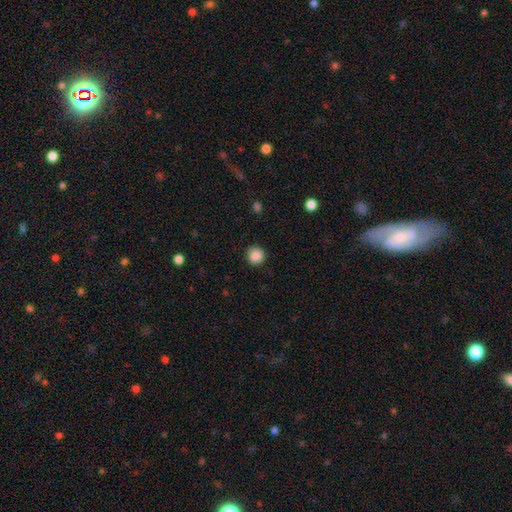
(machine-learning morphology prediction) Smooth or featured: smooth — 87% (star or artifact — 9%)
How rounded: round — 89% (in between — 10%)
Merging: none — 86% (minor disturbance — 10%)